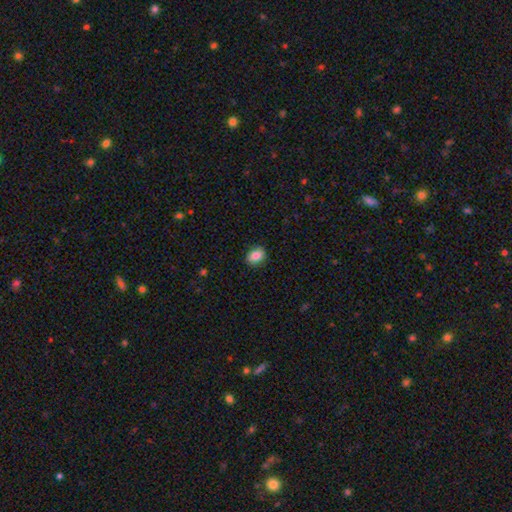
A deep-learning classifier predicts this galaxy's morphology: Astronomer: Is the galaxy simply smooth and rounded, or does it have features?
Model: smooth — 85%.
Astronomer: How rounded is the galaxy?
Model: in between — 70%.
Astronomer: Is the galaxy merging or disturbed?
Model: none — 88%.